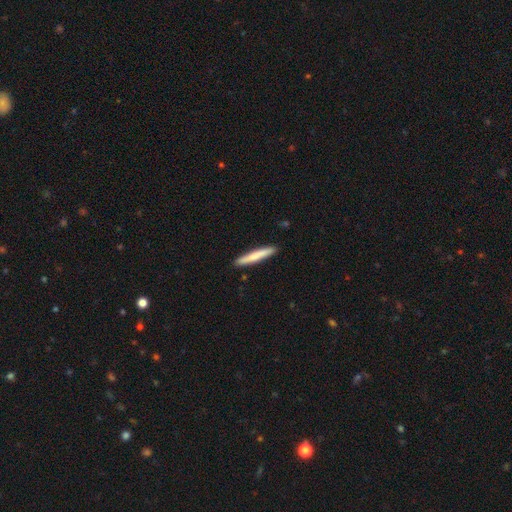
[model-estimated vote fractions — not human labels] Smooth or featured?
  - smooth: 72% *
  - featured or disk: 23%
  - star or artifact: 5%
How rounded?
  - cigar-shaped: 95% *
  - in between: 4%
  - round: 1%
Merging?
  - none: 91% *
  - minor disturbance: 7%
  - major disturbance: 1%
  - merger: 1%